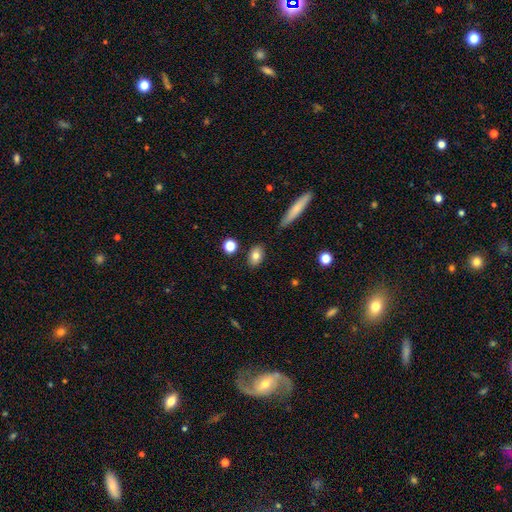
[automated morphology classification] Smooth or featured? Predicted: smooth (p=0.79). How rounded? Predicted: in between (p=0.77). Merging? Predicted: none (p=0.85).